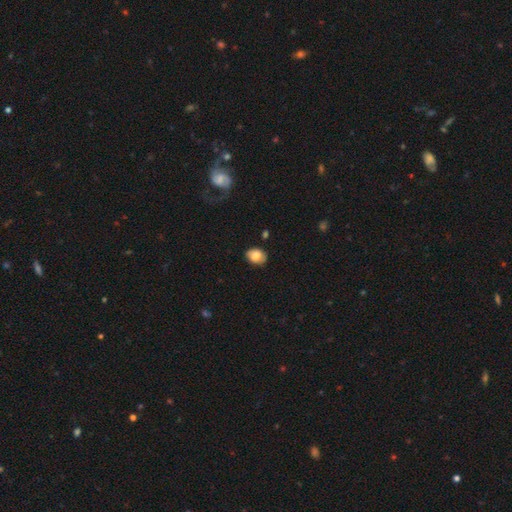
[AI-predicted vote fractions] Morphology: type=smooth (77%); roundness=in between (66%); merging=none (76%).